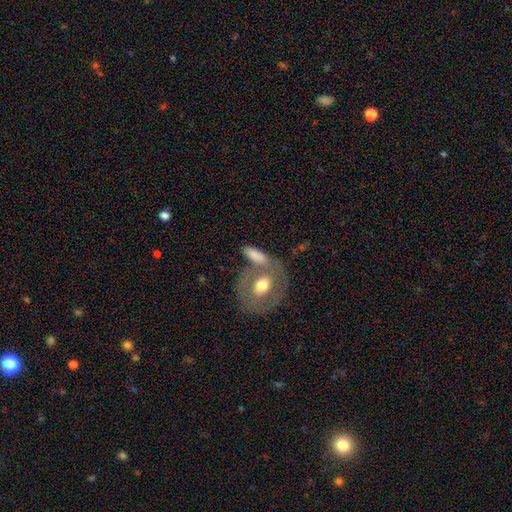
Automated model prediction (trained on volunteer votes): A smooth galaxy with no disk features (68%) that is in between round and cigar-shaped (70%).

Vote fractions:
- Smooth or featured? smooth: 68% / featured or disk: 26% / star or artifact: 6%
- How rounded? in between: 70% / round: 16% / cigar-shaped: 13%
- Merging? none: 54% / merger: 25% / minor disturbance: 14% / major disturbance: 6%